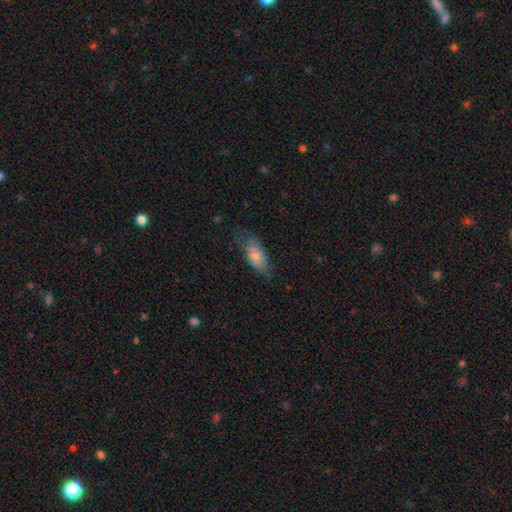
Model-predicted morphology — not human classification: A smooth galaxy with no disk features (80%) that is in between round and cigar-shaped (85%). Merging: none (57%).